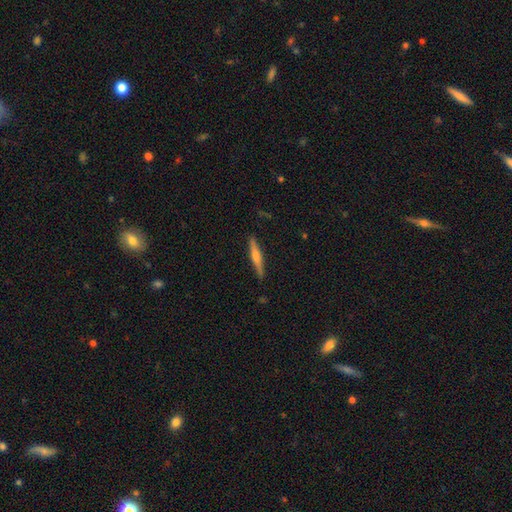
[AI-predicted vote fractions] This appears to be a featured or disk galaxy (55%) viewed edge-on (97%) with a rounded central bulge (79%). Merging: none (89%).